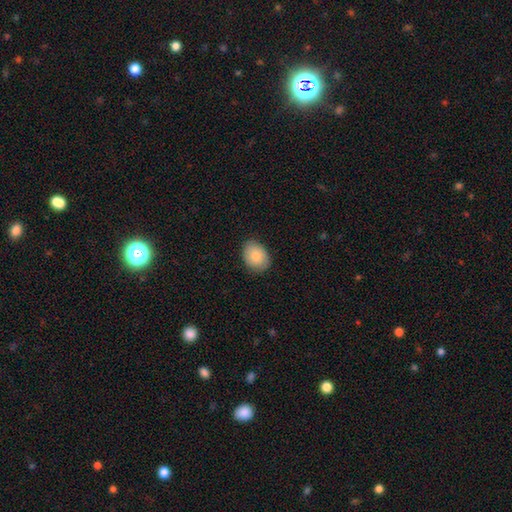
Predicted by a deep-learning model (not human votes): This appears to be a smooth galaxy with no disk features (84%) that is in between round and cigar-shaped (65%). Merging: none (81%).